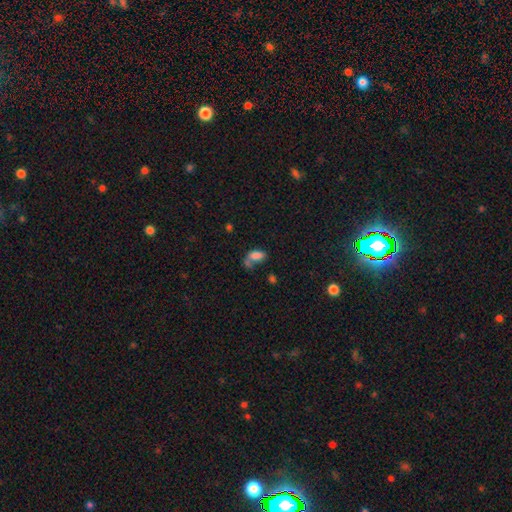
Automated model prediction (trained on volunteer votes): This is likely a smooth galaxy (77%). How rounded: clearly in between (90%). Merging: marginally none (34%).